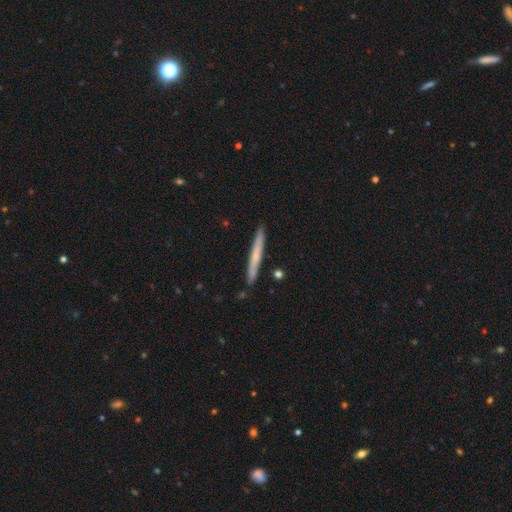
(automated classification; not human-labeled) Smooth or featured?
  - smooth: 55% *
  - featured or disk: 40%
  - star or artifact: 6%
How rounded?
  - cigar-shaped: 97% *
  - in between: 2%
  - round: 1%
Merging?
  - none: 89% *
  - minor disturbance: 8%
  - merger: 2%
  - major disturbance: 1%